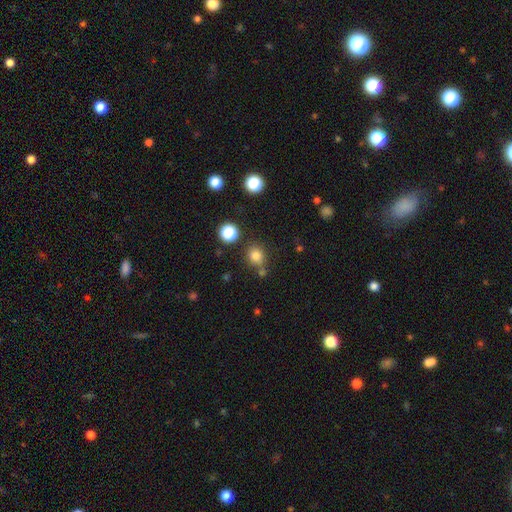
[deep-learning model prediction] The model was most divided on "how rounded": round: 78%, in between: 21%, cigar-shaped: 1%. More confident: smooth or featured — smooth (80%); merging — none (71%).